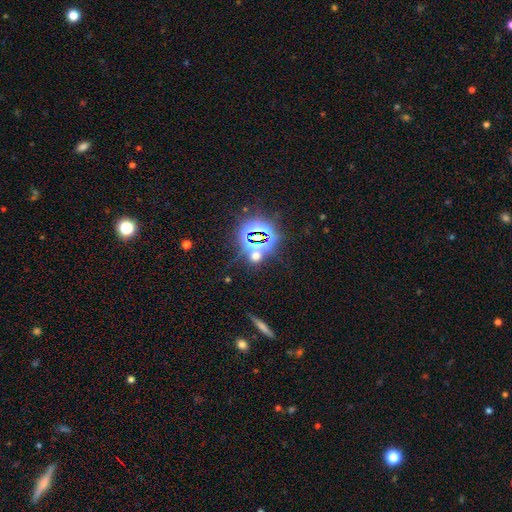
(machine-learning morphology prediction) Smooth or featured? Predicted: star or artifact (p=0.59).